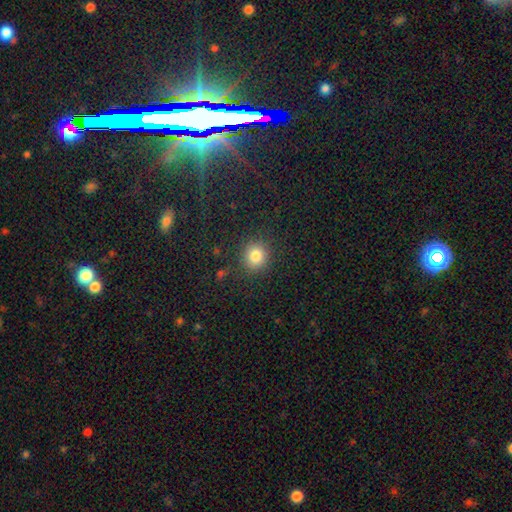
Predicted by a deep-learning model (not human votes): smooth_or_featured: smooth (p=0.82) [alt: star or artifact p=0.12]
how_rounded: round (p=0.87) [alt: in between p=0.12]
merging: none (p=0.87) [alt: minor disturbance p=0.07]